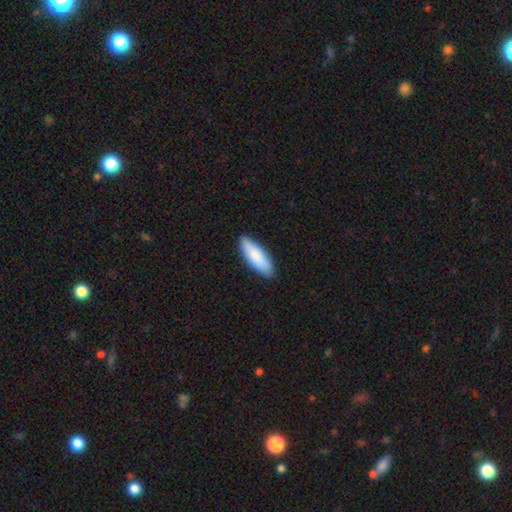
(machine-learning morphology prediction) Q: Smooth or featured?
A: smooth (85%); runner-up: featured or disk (10%)
Q: How rounded?
A: in between (56%); runner-up: cigar-shaped (42%)
Q: Merging?
A: none (88%); runner-up: minor disturbance (10%)